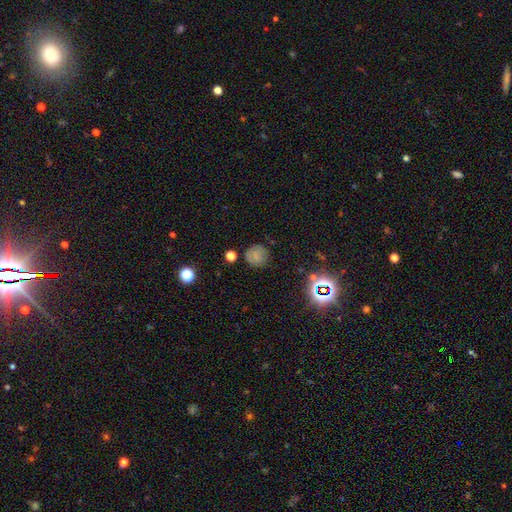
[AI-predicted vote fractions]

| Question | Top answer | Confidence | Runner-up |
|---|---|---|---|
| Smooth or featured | smooth | 72% | star or artifact (16%) |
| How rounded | round | 91% | in between (8%) |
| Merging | none | 78% | minor disturbance (15%) |